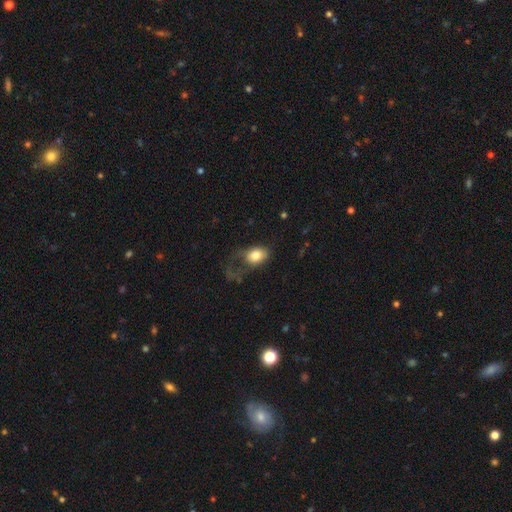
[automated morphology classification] smooth-or-featured: smooth: 76% | featured or disk: 16% | star or artifact: 8%
  how-rounded: in between: 69% | round: 30% | cigar-shaped: 1%
  merging: major disturbance: 55% | none: 22% | minor disturbance: 19% | merger: 3%